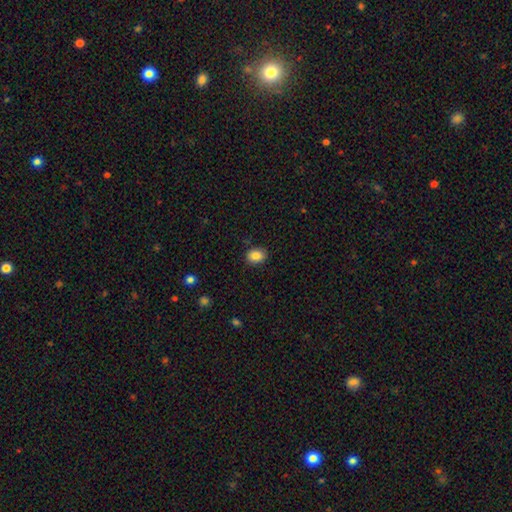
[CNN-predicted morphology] Overall: smooth (85%). How rounded: in between (61%; round 38%). Merging: none (87%).